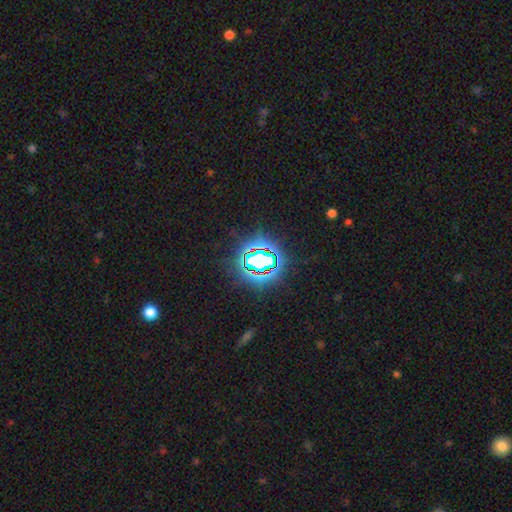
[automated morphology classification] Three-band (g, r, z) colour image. It shows a star or artifact, not a galaxy (76%).